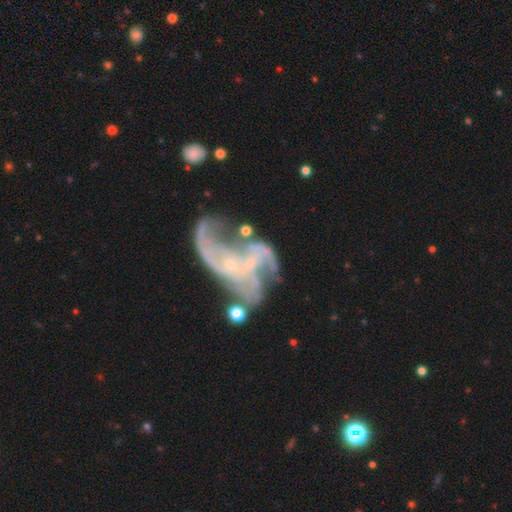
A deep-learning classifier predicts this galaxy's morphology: smooth_or_featured: featured or disk (p=0.77) [alt: smooth p=0.12]
disk_edge_on: no (p=0.97) [alt: yes p=0.03]
bar: no (p=0.74) [alt: weak p=0.20]
has_spiral_arms: yes (p=0.69) [alt: no p=0.31]
spiral_winding: loose (p=0.61) [alt: medium p=0.27]
spiral_arm_count: 2 (p=0.36) [alt: can't tell p=0.23]
bulge_size: small (p=0.59) [alt: none p=0.24]
merging: merger (p=0.36) [alt: major disturbance p=0.35]